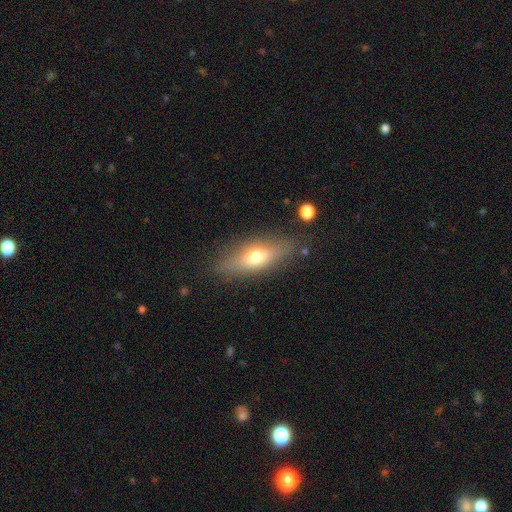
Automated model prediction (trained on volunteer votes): This appears to be a smooth galaxy with no disk features (60%) that is in between round and cigar-shaped (60%). Merging: none (82%).